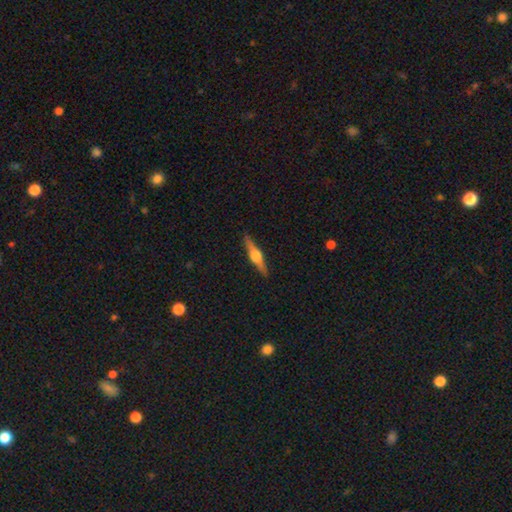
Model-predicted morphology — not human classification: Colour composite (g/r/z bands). It shows a featured or disk galaxy (75%) viewed edge-on (98%) with a rounded central bulge (95%). Merging: none (90%).